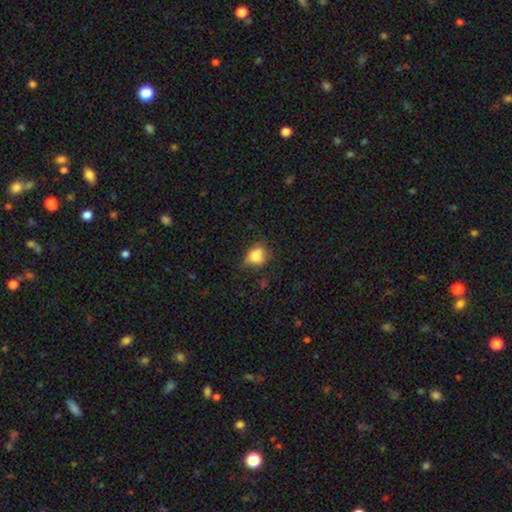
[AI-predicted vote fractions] A smooth galaxy with no disk features (80%) that is in between round and cigar-shaped (50%).

Vote fractions:
- Smooth or featured? smooth: 80% / star or artifact: 10% / featured or disk: 9%
- How rounded? in between: 50% / round: 48% / cigar-shaped: 2%
- Merging? none: 54% / minor disturbance: 33% / major disturbance: 11% / merger: 2%